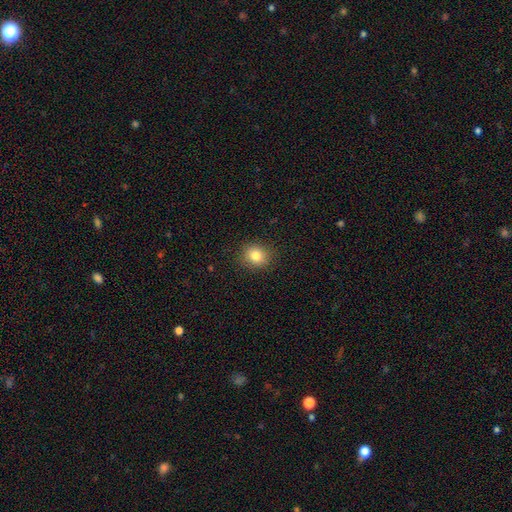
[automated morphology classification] Overall: smooth (81%). How rounded: round (77%). Merging: none (89%).